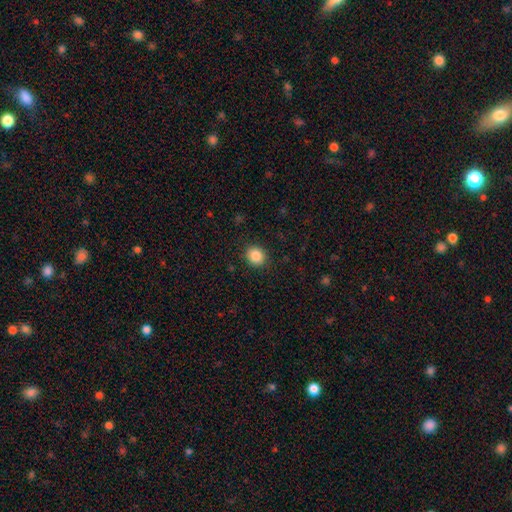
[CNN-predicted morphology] Overall: smooth (86%). How rounded: round (79%). Merging: none (90%).